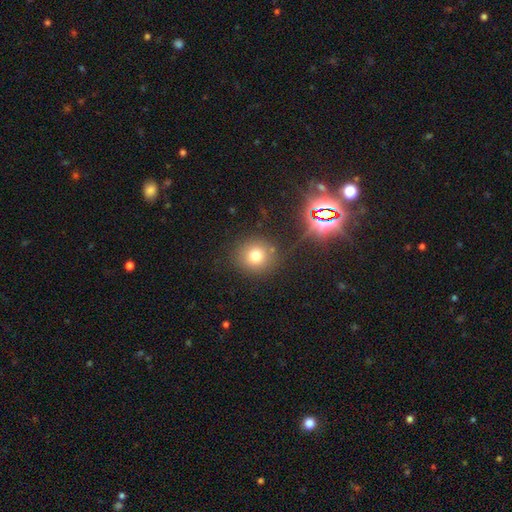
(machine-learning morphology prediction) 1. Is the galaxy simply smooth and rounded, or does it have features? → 73% smooth, 17% star or artifact, 10% featured or disk.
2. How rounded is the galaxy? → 89% round, 10% in between, 1% cigar-shaped.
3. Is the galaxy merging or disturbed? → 82% none, 10% minor disturbance, 5% merger, 4% major disturbance.